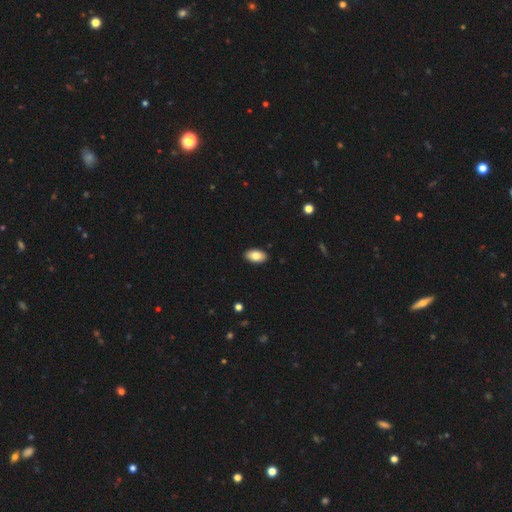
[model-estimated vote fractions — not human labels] Smooth or featured: smooth — 83% (featured or disk — 10%)
How rounded: in between — 94% (round — 4%)
Merging: none — 90% (minor disturbance — 7%)